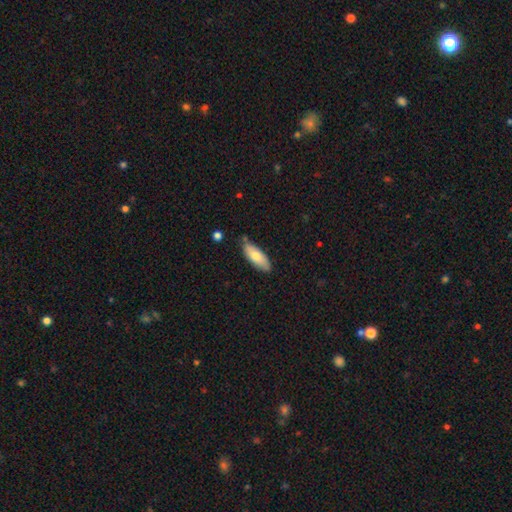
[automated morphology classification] type=smooth (74%); roundness=in between (72%); merging=none (77%).